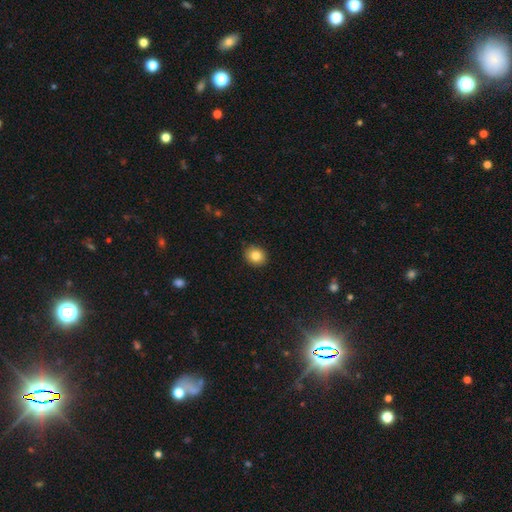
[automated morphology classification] type=smooth (84%); roundness=round (75%); merging=none (90%).